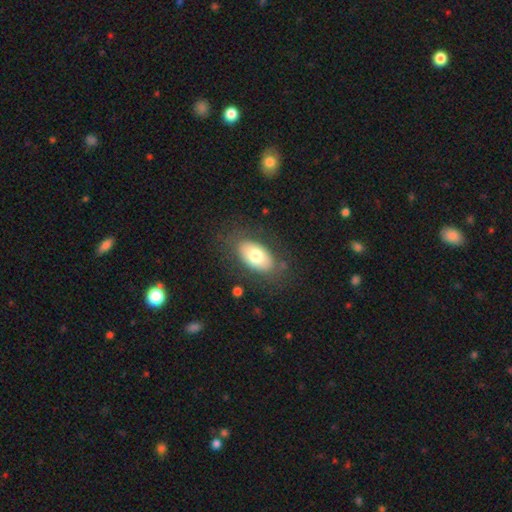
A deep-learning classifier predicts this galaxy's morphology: type=smooth (72%); roundness=in between (93%); merging=none (78%).